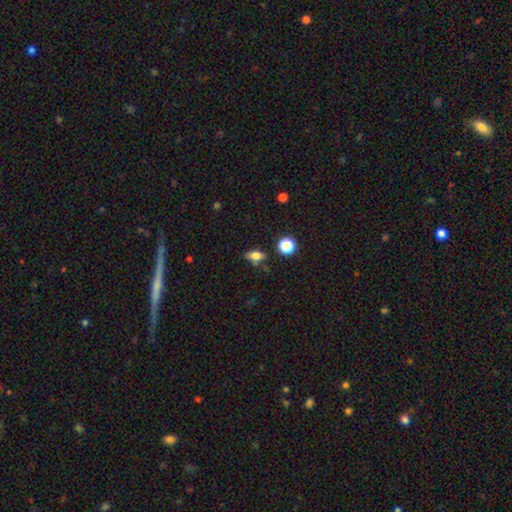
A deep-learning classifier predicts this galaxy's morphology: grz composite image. It shows a smooth galaxy with no disk features (69%) that is in between round and cigar-shaped (71%). Merging: none (68%).